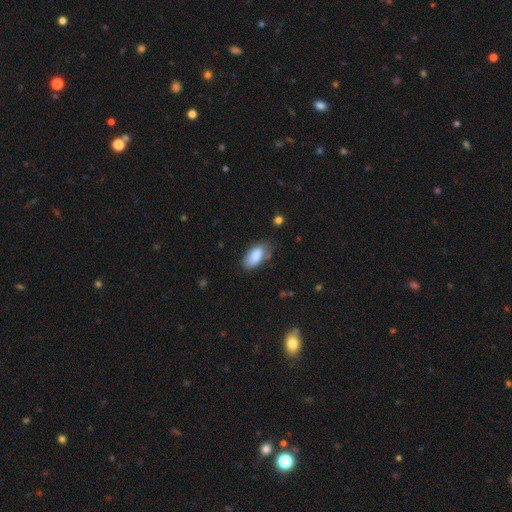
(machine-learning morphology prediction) Q: Smooth or featured?
A: smooth (85%); runner-up: featured or disk (8%)
Q: How rounded?
A: in between (91%); runner-up: cigar-shaped (7%)
Q: Merging?
A: none (64%); runner-up: minor disturbance (26%)